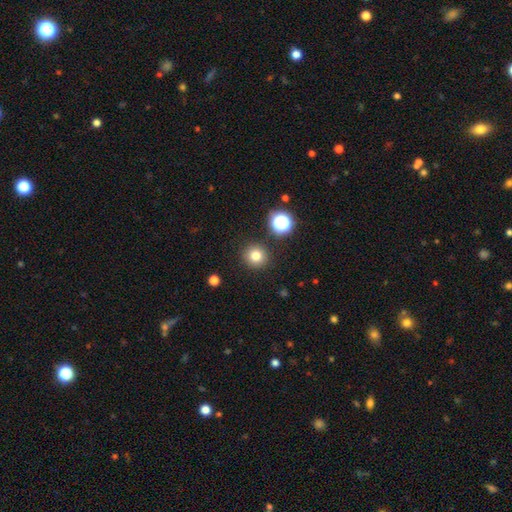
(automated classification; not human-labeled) The model was most divided on "smooth or featured": smooth: 78%, star or artifact: 15%, featured or disk: 7%. More confident: how rounded — round (94%); merging — none (89%).